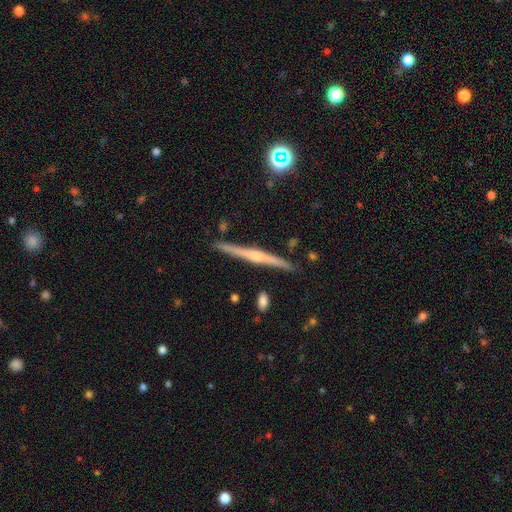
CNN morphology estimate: smooth_or_featured: featured or disk (p=0.73) [alt: smooth p=0.21]
disk_edge_on: yes (p=0.98) [alt: no p=0.02]
edge_on_bulge: rounded (p=0.62) [alt: none p=0.23]
merging: none (p=0.90) [alt: minor disturbance p=0.07]